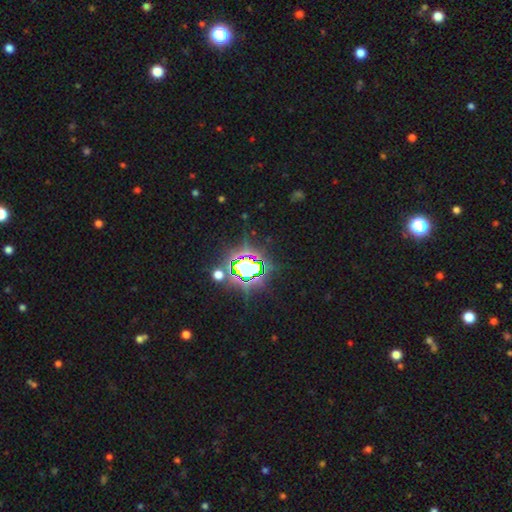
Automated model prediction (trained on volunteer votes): The model was most divided on "smooth or featured": star or artifact: 80%, smooth: 12%, featured or disk: 8%.